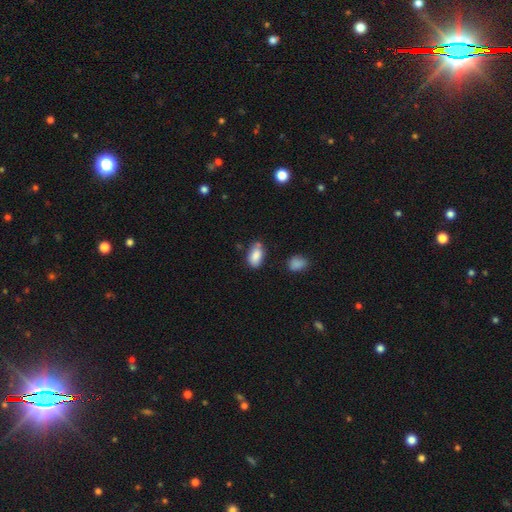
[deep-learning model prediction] Overall: smooth (85%). How rounded: in between (91%). Merging: none (64%).